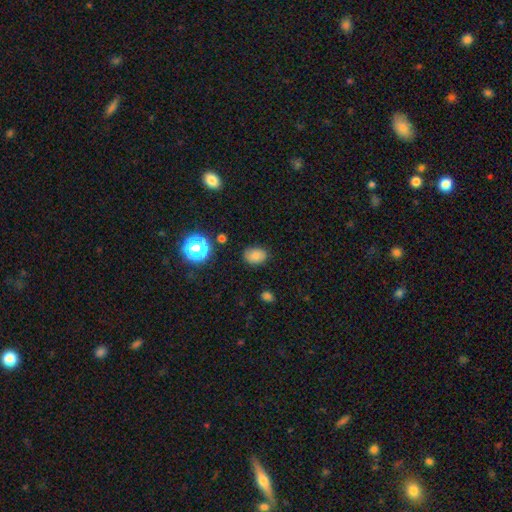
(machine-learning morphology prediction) Q: Smooth or featured?
A: smooth (78%); runner-up: star or artifact (13%)
Q: How rounded?
A: in between (70%); runner-up: round (29%)
Q: Merging?
A: none (81%); runner-up: minor disturbance (14%)